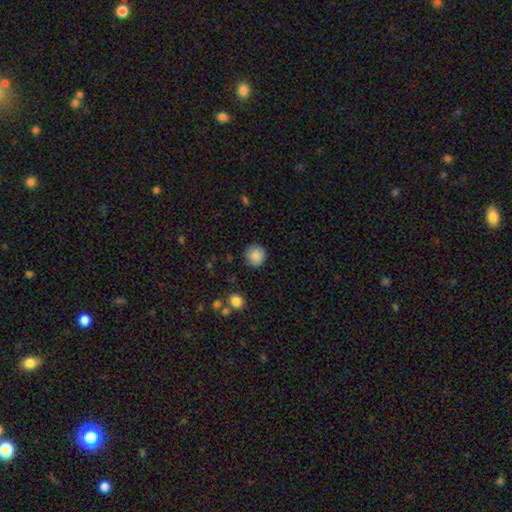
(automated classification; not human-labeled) This is clearly a smooth galaxy (88%). How rounded: clearly round (93%). Merging: clearly none (89%).